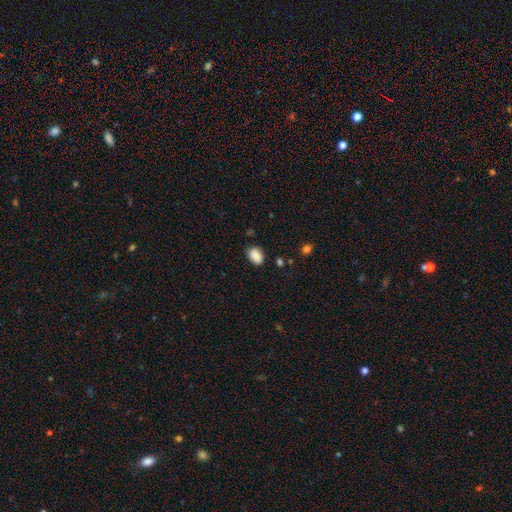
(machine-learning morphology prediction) A smooth galaxy with no disk features (88%) that is in between round and cigar-shaped (79%). Merging: none (81%).